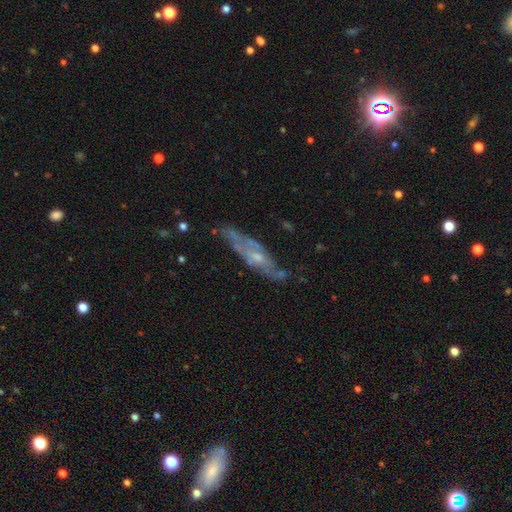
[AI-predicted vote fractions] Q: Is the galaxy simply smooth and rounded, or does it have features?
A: featured or disk — 69%.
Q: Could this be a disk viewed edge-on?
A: no — 64%.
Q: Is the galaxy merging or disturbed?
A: none — 53%.